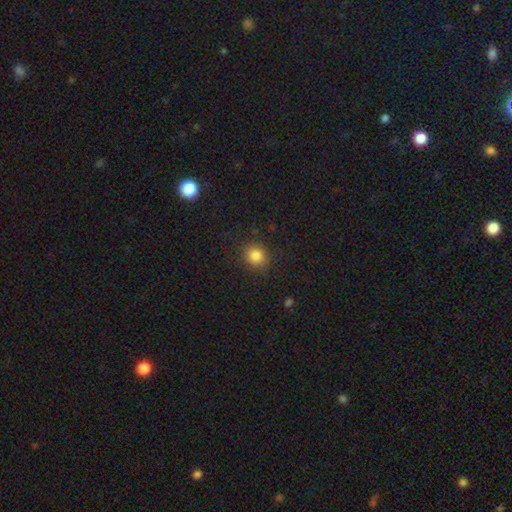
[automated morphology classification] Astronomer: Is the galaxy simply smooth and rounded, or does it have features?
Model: smooth — 83%.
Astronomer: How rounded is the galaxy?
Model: round — 81%.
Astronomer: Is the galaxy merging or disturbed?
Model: none — 87%.